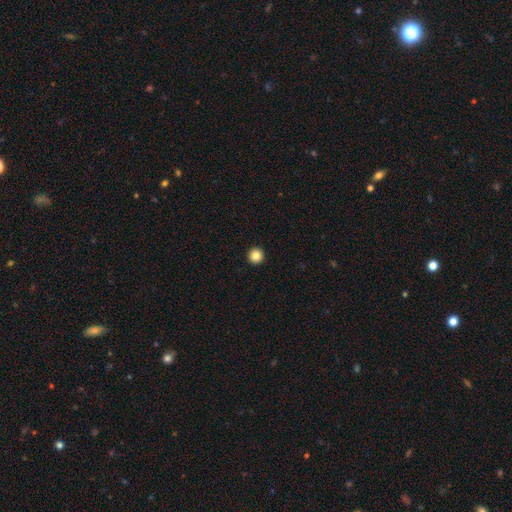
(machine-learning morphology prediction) A smooth galaxy with no disk features (86%) that is round (96%). Merging: none (95%).